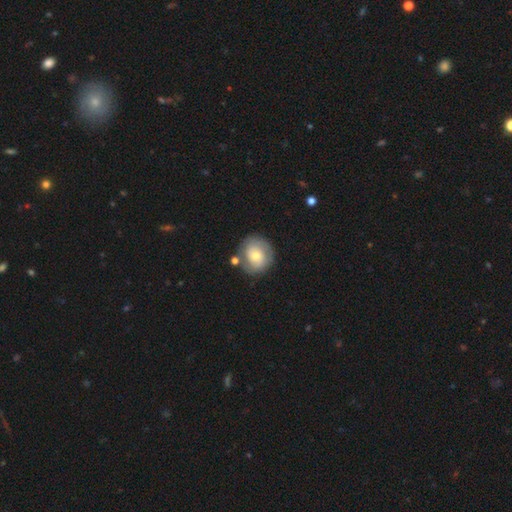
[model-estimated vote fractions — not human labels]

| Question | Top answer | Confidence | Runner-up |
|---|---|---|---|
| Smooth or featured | smooth | 54% | featured or disk (39%) |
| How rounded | round | 81% | in between (18%) |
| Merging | none | 69% | minor disturbance (16%) |